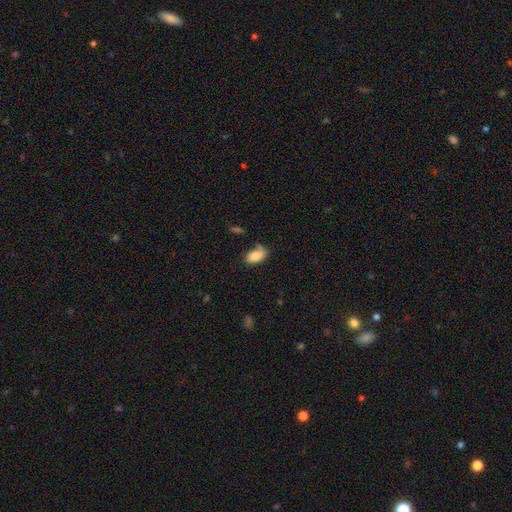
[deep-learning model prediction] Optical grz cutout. It shows a smooth galaxy with no disk features (84%) that is in between round and cigar-shaped (93%). Merging: none (61%).